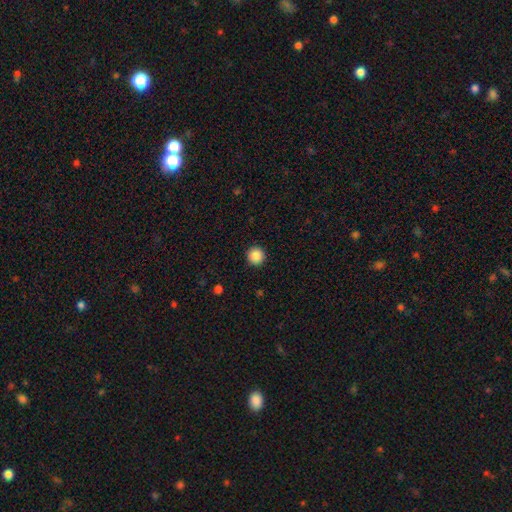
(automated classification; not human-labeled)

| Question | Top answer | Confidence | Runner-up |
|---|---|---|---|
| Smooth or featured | smooth | 87% | star or artifact (10%) |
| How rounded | round | 95% | in between (4%) |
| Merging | none | 93% | minor disturbance (5%) |